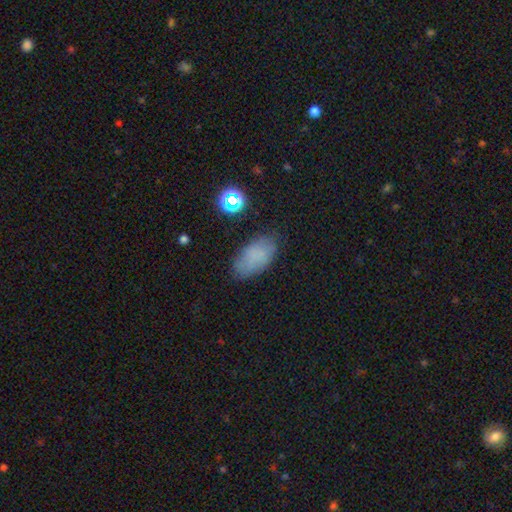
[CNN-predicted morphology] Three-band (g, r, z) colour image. It shows a smooth galaxy with no disk features (75%) that is in between round and cigar-shaped (92%). Merging: none (74%).